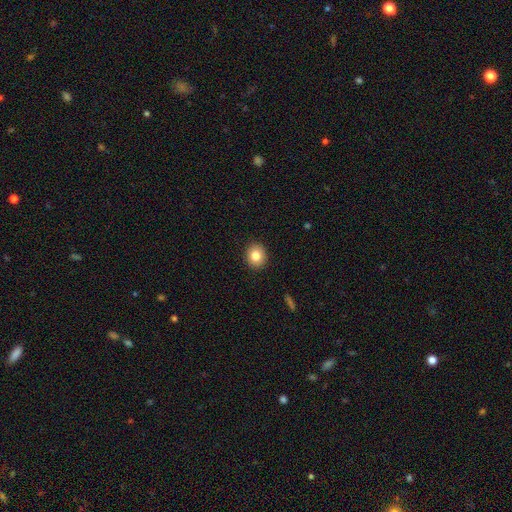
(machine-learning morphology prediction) Q: Smooth or featured?
A: smooth (82%); runner-up: star or artifact (10%)
Q: How rounded?
A: round (73%); runner-up: in between (26%)
Q: Merging?
A: none (91%); runner-up: minor disturbance (6%)